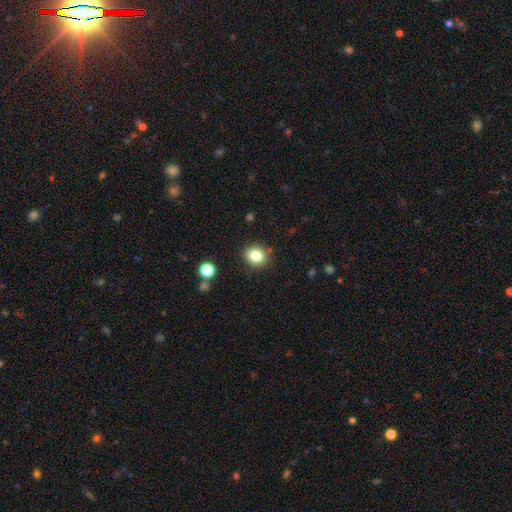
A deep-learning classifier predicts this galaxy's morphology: The model was most divided on "how rounded": round: 72%, in between: 27%, cigar-shaped: 1%. More confident: merging — none (87%); smooth or featured — smooth (83%).